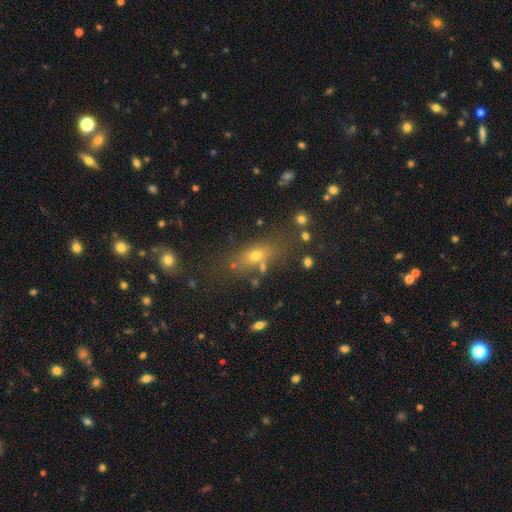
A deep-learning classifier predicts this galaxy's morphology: This appears to be a smooth galaxy with no disk features (62%) that is in between round and cigar-shaped (59%). Merging: none (67%).